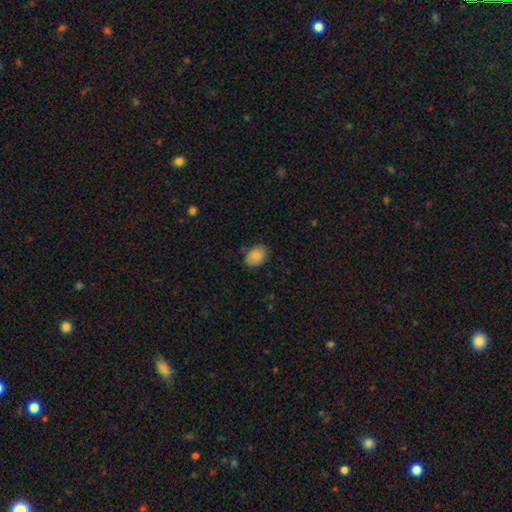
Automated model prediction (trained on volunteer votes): A smooth galaxy with no disk features (86%) that is in between round and cigar-shaped (76%). Merging: none (80%).